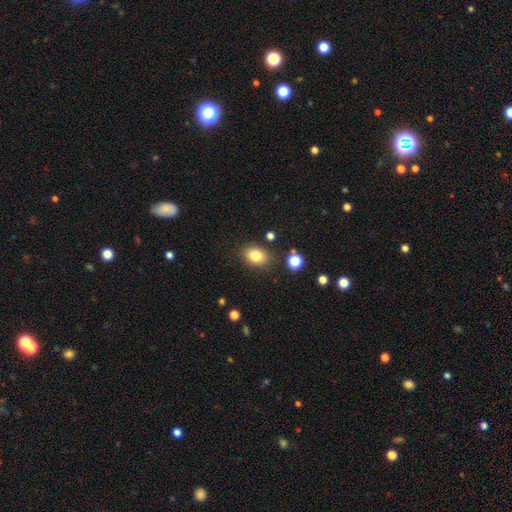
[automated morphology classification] Overall: smooth (82%). How rounded: in between (73%). Merging: none (83%).